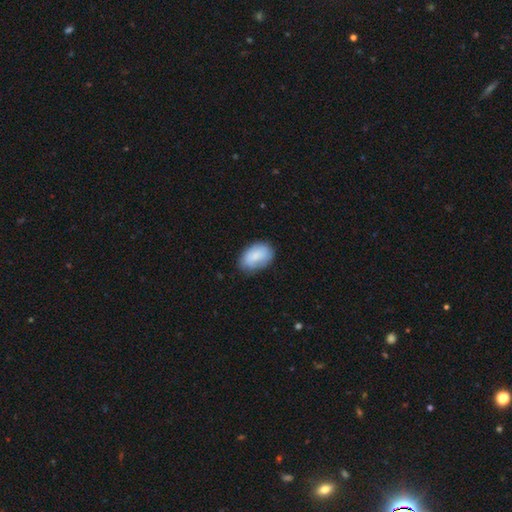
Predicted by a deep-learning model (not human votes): A smooth galaxy with no disk features (80%) that is in between round and cigar-shaped (87%). Merging: none (71%).